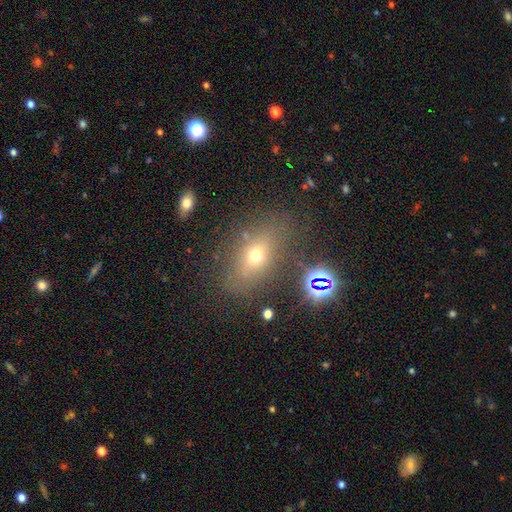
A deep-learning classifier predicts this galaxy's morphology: smooth-or-featured: smooth: 58% | featured or disk: 21% | star or artifact: 21%
  how-rounded: in between: 72% | round: 21% | cigar-shaped: 7%
  merging: none: 75% | minor disturbance: 14% | major disturbance: 7% | merger: 4%